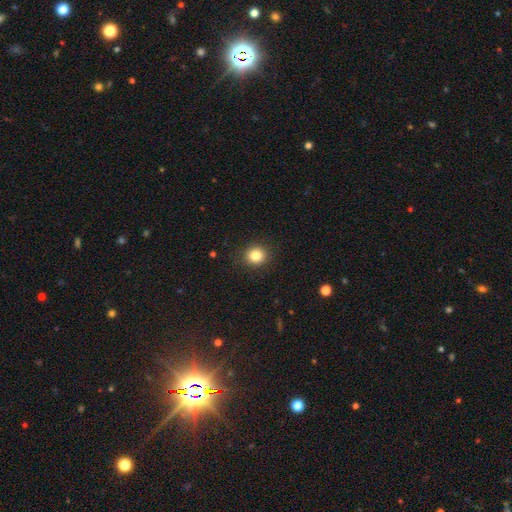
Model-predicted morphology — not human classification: smooth_or_featured: smooth (p=0.82) [alt: star or artifact p=0.11]
how_rounded: round (p=0.88) [alt: in between p=0.11]
merging: none (p=0.91) [alt: minor disturbance p=0.06]